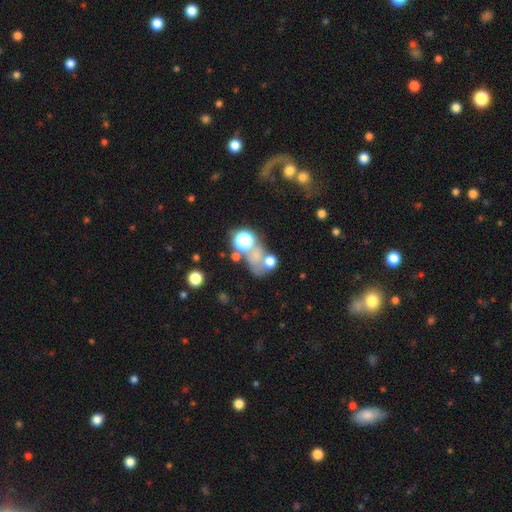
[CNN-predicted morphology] The model was most divided on "merging": none: 36%, merger: 32%, major disturbance: 18%, minor disturbance: 14%. Remaining: smooth or featured — smooth (48%).